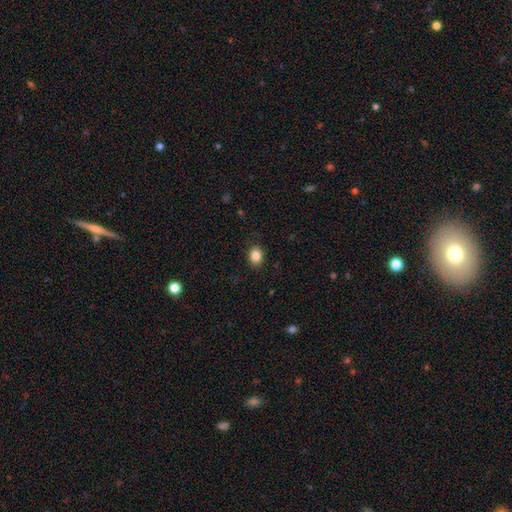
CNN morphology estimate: The model was most divided on "how rounded": in between: 59%, round: 40%, cigar-shaped: 1%. More confident: merging — none (86%); smooth or featured — smooth (85%).